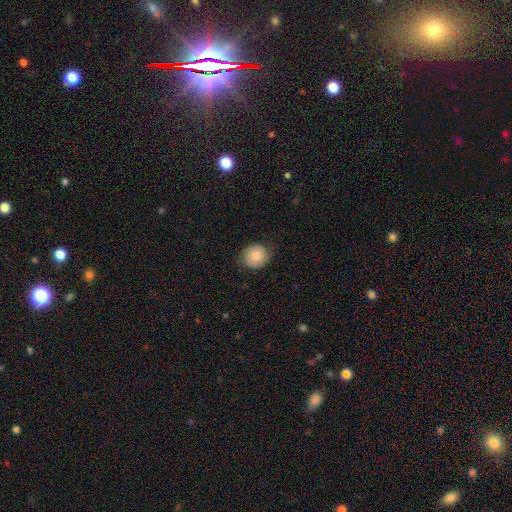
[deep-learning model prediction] Morphology: type=smooth (63%); roundness=round (78%); merging=none (75%).